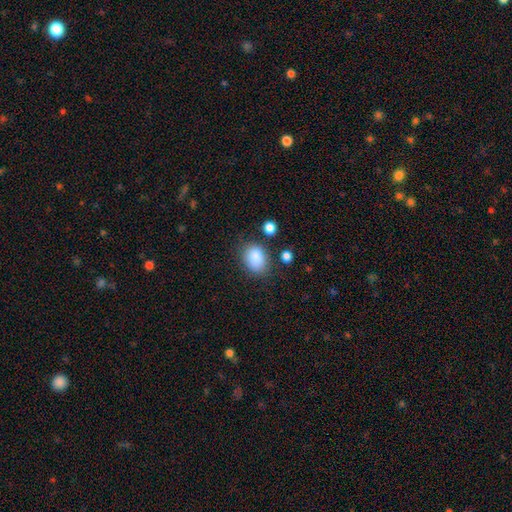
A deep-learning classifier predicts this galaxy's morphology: Smooth or featured? Predicted: smooth (p=0.86). How rounded? Predicted: in between (p=0.66). Merging? Predicted: none (p=0.72).